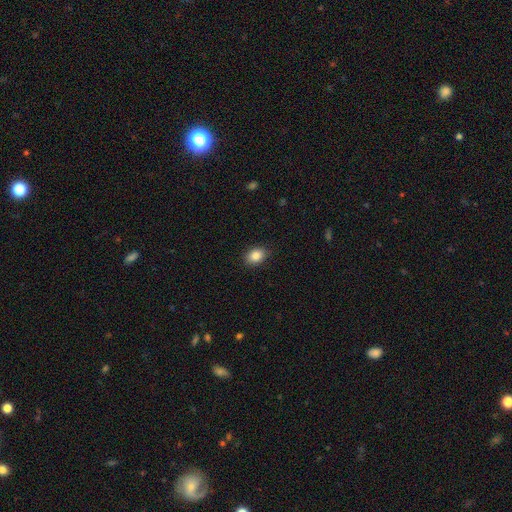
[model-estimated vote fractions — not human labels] Smooth or featured? smooth (86%)
How rounded? in between (70%)
Merging? none (87%)